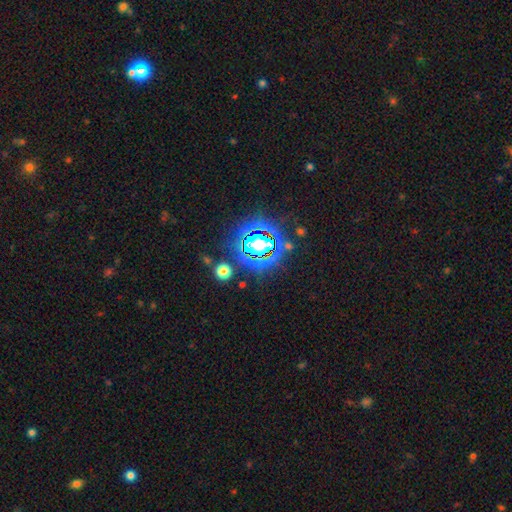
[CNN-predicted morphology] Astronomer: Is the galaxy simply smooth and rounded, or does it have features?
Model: star or artifact — 82%.